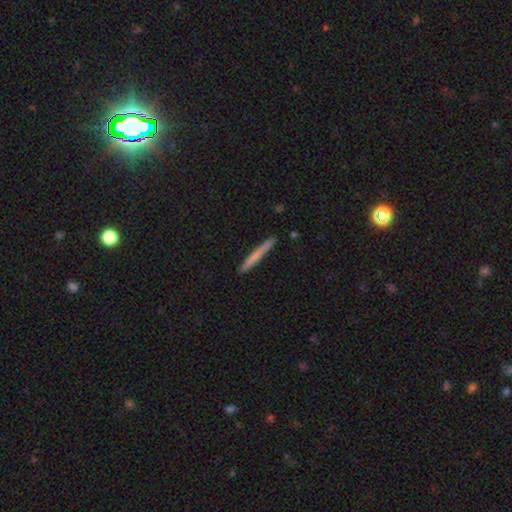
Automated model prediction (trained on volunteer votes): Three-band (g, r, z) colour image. It shows a smooth galaxy with no disk features (66%) that is cigar-shaped (97%). Merging: none (91%).